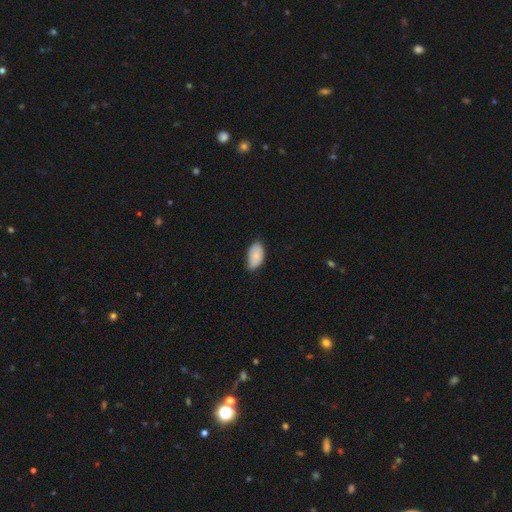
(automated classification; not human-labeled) smooth-or-featured: smooth: 79% | featured or disk: 14% | star or artifact: 7%
  how-rounded: in between: 94% | round: 5% | cigar-shaped: 1%
  merging: none: 62% | minor disturbance: 32% | major disturbance: 4% | merger: 1%